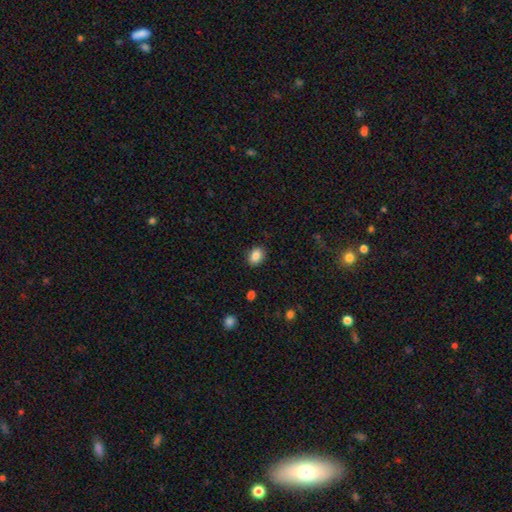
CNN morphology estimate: smooth-or-featured: smooth: 86% | star or artifact: 9% | featured or disk: 5%
  how-rounded: in between: 60% | round: 39% | cigar-shaped: 1%
  merging: none: 88% | minor disturbance: 8% | major disturbance: 2% | merger: 1%